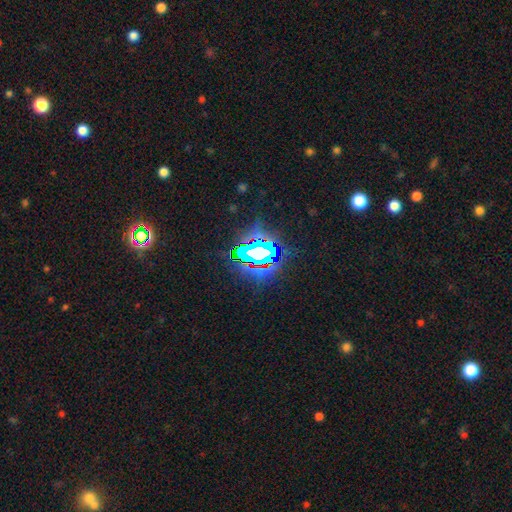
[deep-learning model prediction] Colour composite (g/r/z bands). It shows a star or artifact, not a galaxy (80%).